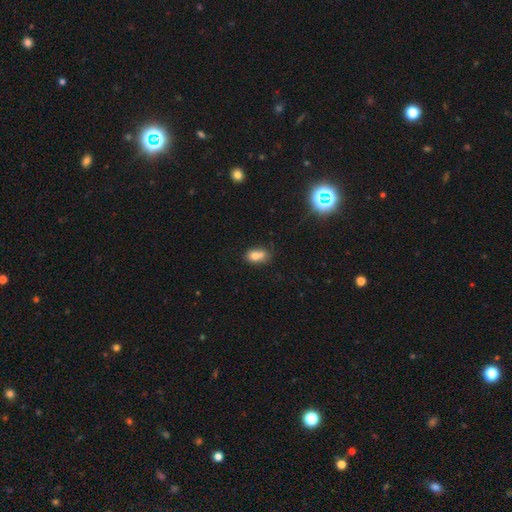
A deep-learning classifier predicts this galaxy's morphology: This appears to be a smooth galaxy with no disk features (72%) that is in between round and cigar-shaped (74%). Merging: none (38%).